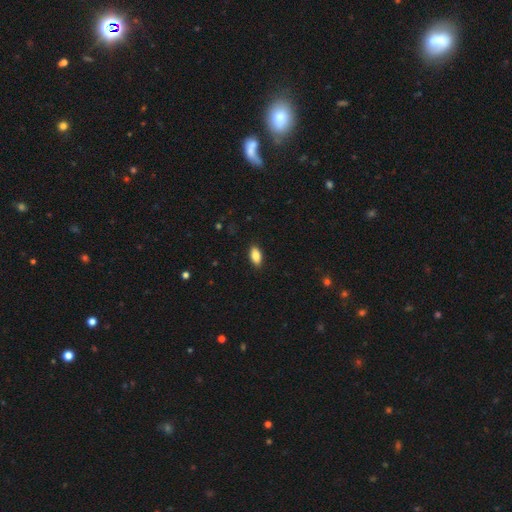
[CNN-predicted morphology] smooth 86%, star or artifact 7%, featured or disk 7%. Down the decision tree: how rounded — in between (90%); merging — none (89%).